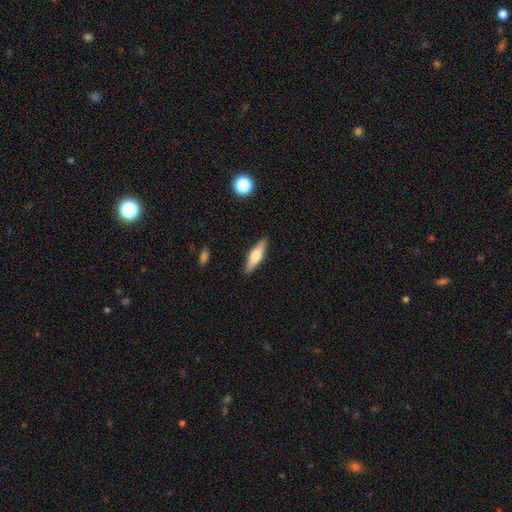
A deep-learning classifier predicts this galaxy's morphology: Overall: smooth (55%; featured or disk 38%). How rounded: cigar-shaped (66%; in between 32%). Merging: none (89%).